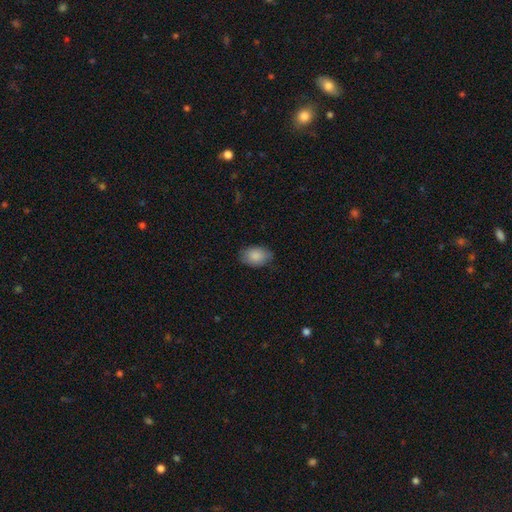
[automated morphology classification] This appears to be a smooth galaxy with no disk features (87%) that is in between round and cigar-shaped (86%). Merging: none (79%).